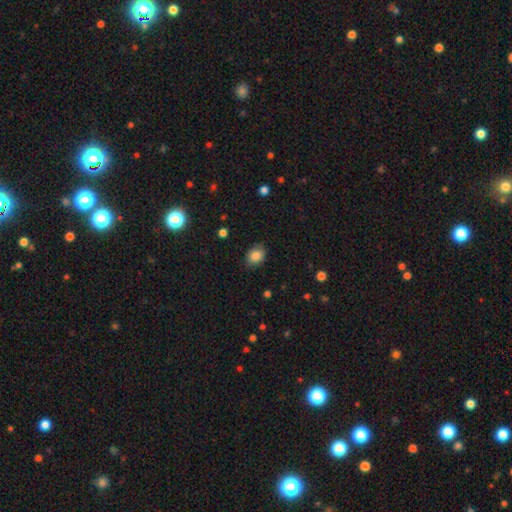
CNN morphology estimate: A smooth galaxy with no disk features (84%) that is in between round and cigar-shaped (60%). Merging: none (82%).